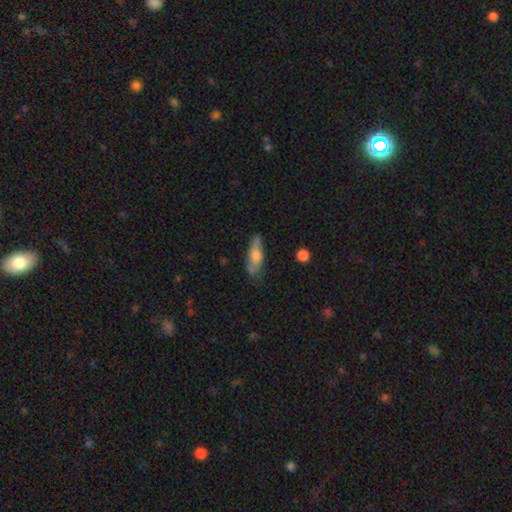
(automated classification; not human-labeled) smooth-or-featured: smooth: 56% | featured or disk: 37% | star or artifact: 7%
  how-rounded: cigar-shaped: 51% | in between: 46% | round: 3%
  merging: none: 69% | minor disturbance: 23% | major disturbance: 5% | merger: 3%